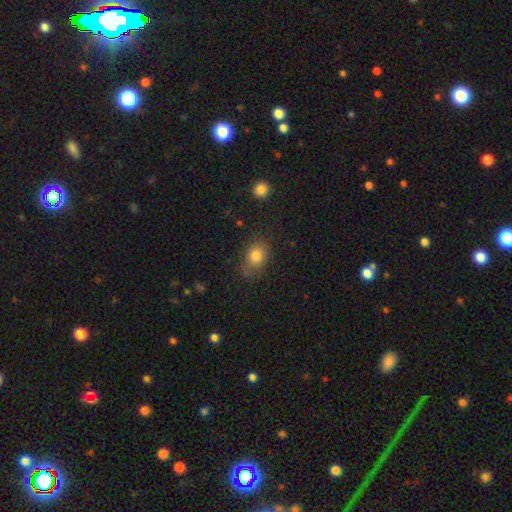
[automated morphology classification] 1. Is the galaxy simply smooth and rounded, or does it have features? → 80% smooth, 11% star or artifact, 10% featured or disk.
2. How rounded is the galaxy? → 61% in between, 38% round, 1% cigar-shaped.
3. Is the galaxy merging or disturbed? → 69% none, 22% minor disturbance, 7% major disturbance, 2% merger.